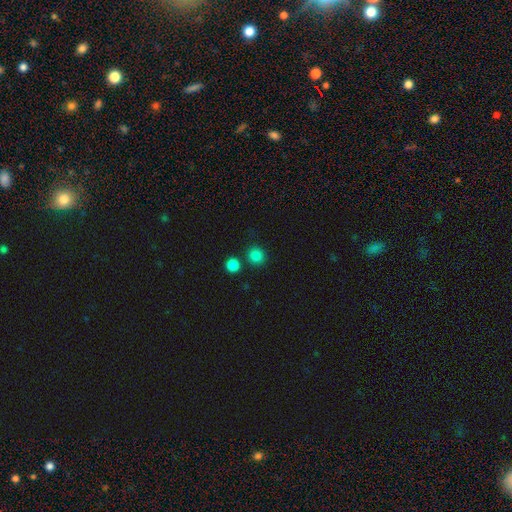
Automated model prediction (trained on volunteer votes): smooth_or_featured: smooth (p=0.83) [alt: star or artifact p=0.13]
how_rounded: round (p=0.91) [alt: in between p=0.08]
merging: none (p=0.81) [alt: merger p=0.09]